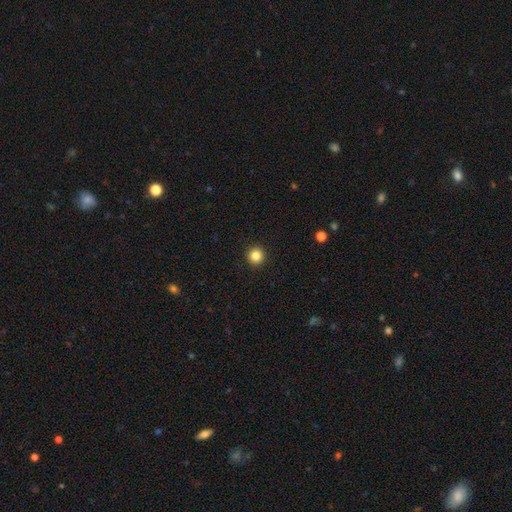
Smooth or featured?
  - smooth: 76% *
  - featured or disk: 16%
  - star or artifact: 8%
How rounded?
  - round: 93% *
  - in between: 7%
  - cigar-shaped: 0%
Merging?
  - none: 97% *
  - minor disturbance: 3%
  - major disturbance: 0%
  - merger: 0%